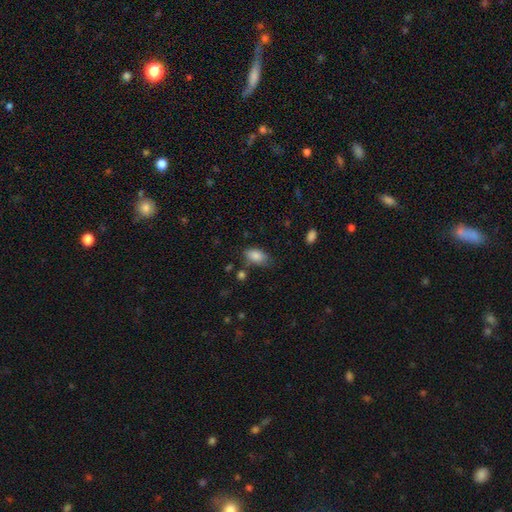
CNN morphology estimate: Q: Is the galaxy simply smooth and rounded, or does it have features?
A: smooth — 85%.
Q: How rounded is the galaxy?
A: in between — 92%.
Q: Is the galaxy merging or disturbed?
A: none — 66%.